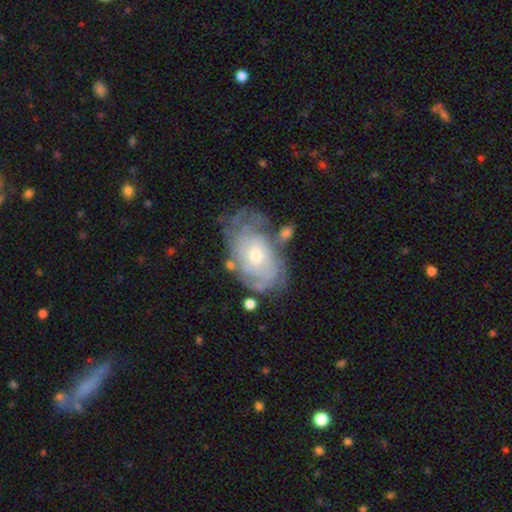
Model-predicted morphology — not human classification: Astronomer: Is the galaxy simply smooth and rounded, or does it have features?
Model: featured or disk — 80%.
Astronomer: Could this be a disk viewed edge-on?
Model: no — 96%.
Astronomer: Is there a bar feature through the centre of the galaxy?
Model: no — 75%.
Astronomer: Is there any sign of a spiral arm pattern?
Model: yes — 88%.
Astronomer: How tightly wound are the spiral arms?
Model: tight — 71%.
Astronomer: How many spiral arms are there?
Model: can't tell — 55%.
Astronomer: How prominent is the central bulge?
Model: small — 52% (runner-up: moderate, 44%).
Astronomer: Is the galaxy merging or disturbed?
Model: none — 58%.